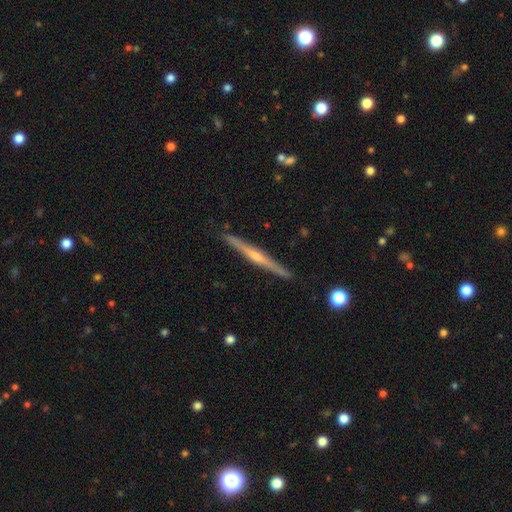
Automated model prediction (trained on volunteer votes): Overall: featured or disk (75%). Edge-on disk: yes (98%). Edge-on bulge: rounded (71%). Merging: none (91%).